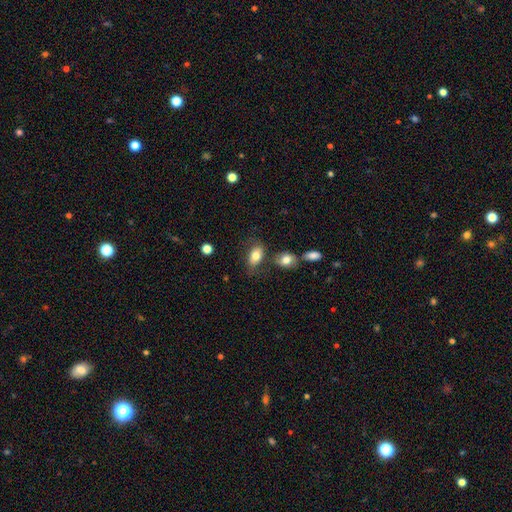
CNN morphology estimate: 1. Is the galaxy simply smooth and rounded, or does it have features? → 79% smooth, 13% featured or disk, 8% star or artifact.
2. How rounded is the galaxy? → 88% in between, 10% round, 2% cigar-shaped.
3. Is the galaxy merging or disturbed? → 64% none, 18% minor disturbance, 12% merger, 6% major disturbance.